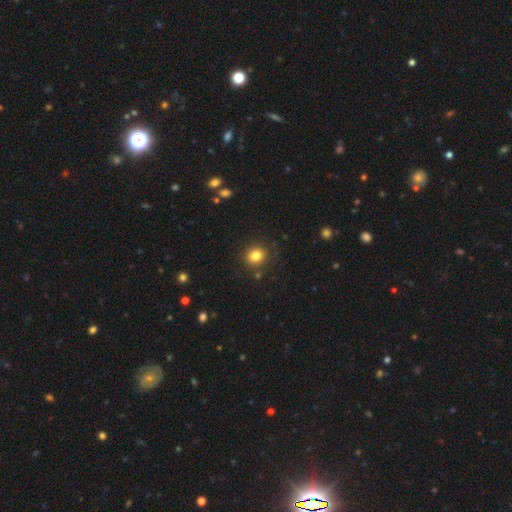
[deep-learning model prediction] A smooth galaxy with no disk features (82%) that is round (82%).

Vote fractions:
- Smooth or featured? smooth: 82% / star or artifact: 12% / featured or disk: 6%
- How rounded? round: 82% / in between: 17% / cigar-shaped: 1%
- Merging? none: 86% / minor disturbance: 9% / major disturbance: 3% / merger: 3%